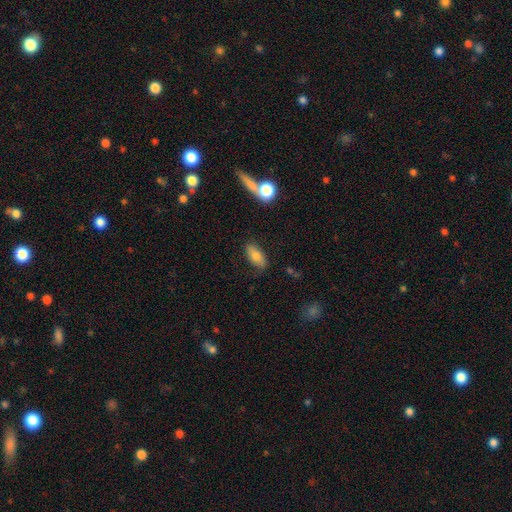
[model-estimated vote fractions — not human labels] A smooth galaxy with no disk features (76%) that is in between round and cigar-shaped (84%).

Vote fractions:
- Smooth or featured? smooth: 76% / featured or disk: 16% / star or artifact: 8%
- How rounded? in between: 84% / cigar-shaped: 12% / round: 4%
- Merging? none: 80% / minor disturbance: 13% / major disturbance: 3% / merger: 3%